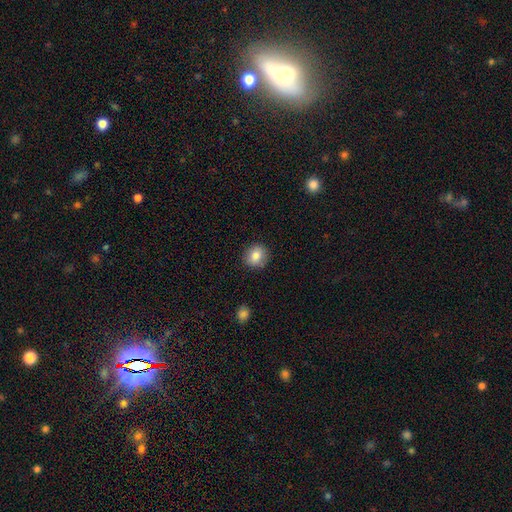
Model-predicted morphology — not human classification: Smooth or featured? smooth (83%)
How rounded? round (80%)
Merging? none (88%)